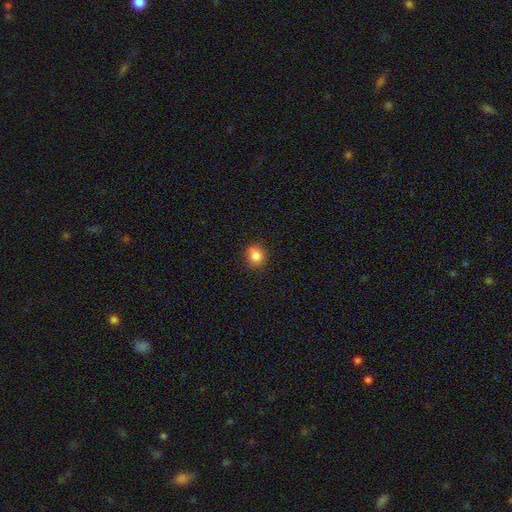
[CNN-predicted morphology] smooth_or_featured: smooth (p=0.82) [alt: star or artifact p=0.11]
how_rounded: round (p=0.77) [alt: in between p=0.22]
merging: none (p=0.76) [alt: minor disturbance p=0.16]